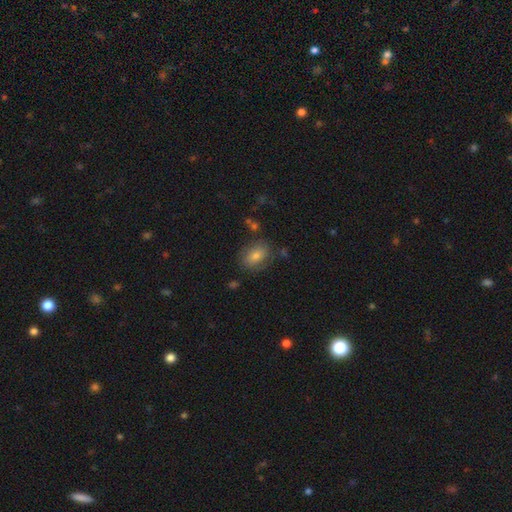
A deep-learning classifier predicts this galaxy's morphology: This appears to be a smooth galaxy with no disk features (75%) that is in between round and cigar-shaped (74%). Merging: none (78%).